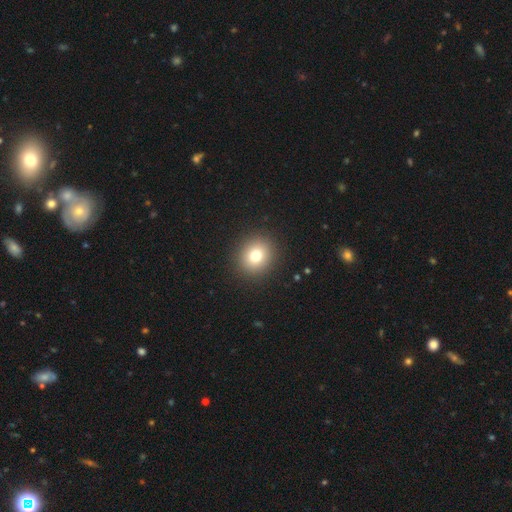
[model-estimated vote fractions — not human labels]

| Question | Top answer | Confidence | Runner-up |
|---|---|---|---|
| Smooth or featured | smooth | 77% | star or artifact (13%) |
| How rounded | round | 83% | in between (16%) |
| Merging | none | 91% | minor disturbance (5%) |